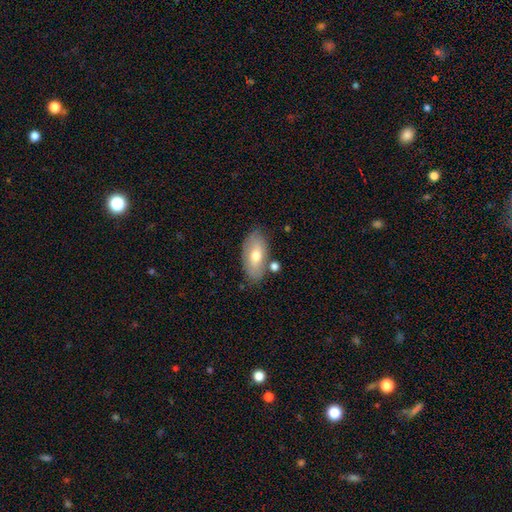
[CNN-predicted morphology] The model was most divided on "smooth or featured": smooth: 65%, featured or disk: 28%, star or artifact: 7%. More confident: how rounded — in between (91%); merging — none (73%).